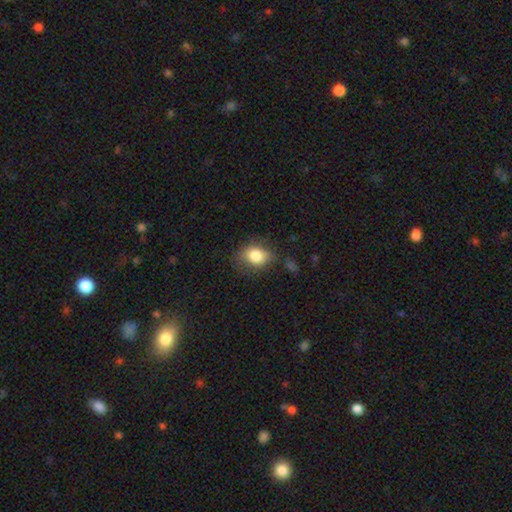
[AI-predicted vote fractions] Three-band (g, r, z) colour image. It shows a smooth galaxy with no disk features (83%) that is in between round and cigar-shaped (57%). Merging: none (66%).